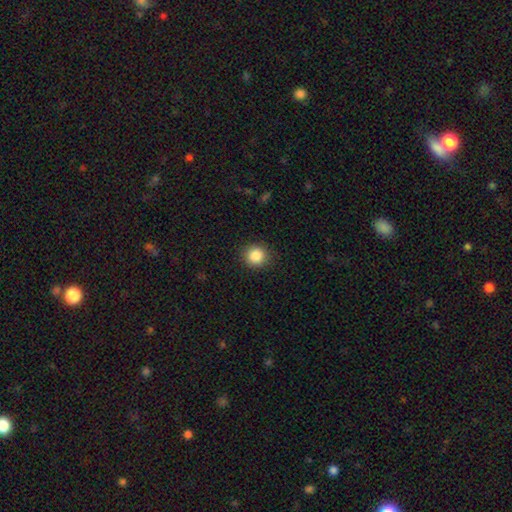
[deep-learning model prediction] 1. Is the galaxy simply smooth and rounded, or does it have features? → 87% smooth, 10% star or artifact, 4% featured or disk.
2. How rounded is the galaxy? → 91% round, 8% in between, 1% cigar-shaped.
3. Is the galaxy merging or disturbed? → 90% none, 6% minor disturbance, 2% major disturbance, 1% merger.